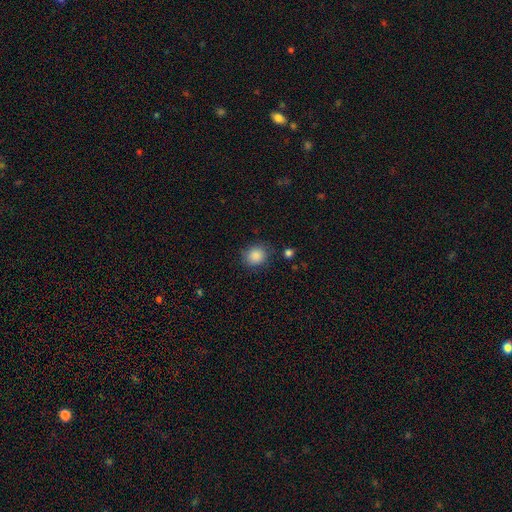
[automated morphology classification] This appears to be a smooth galaxy with no disk features (87%) that is round (76%). Merging: none (81%).